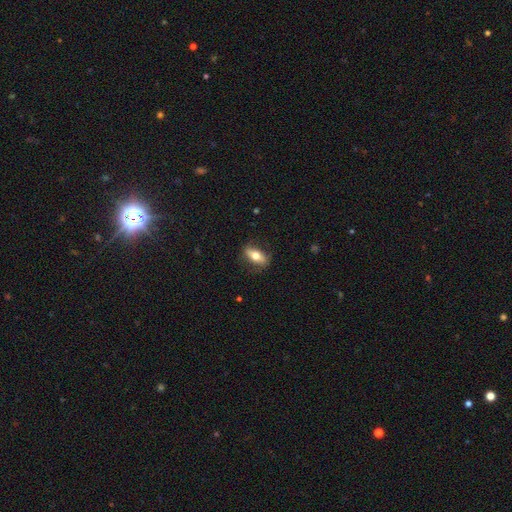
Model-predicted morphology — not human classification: Smooth or featured? smooth (59%)
How rounded? in between (76%)
Merging? none (79%)